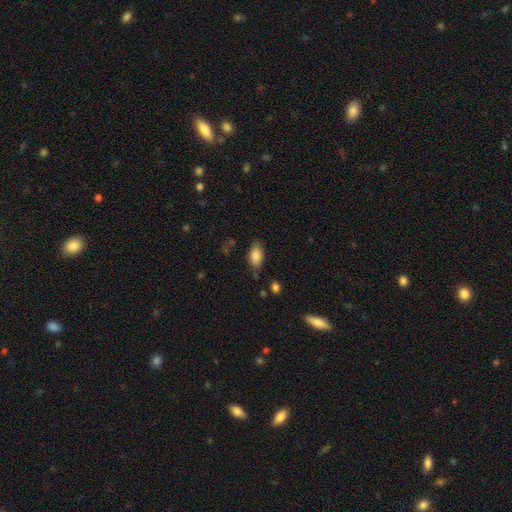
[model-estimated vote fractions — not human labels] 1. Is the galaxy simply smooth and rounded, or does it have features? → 85% smooth, 8% featured or disk, 7% star or artifact.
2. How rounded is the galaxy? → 91% in between, 5% cigar-shaped, 4% round.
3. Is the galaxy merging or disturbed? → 76% none, 17% minor disturbance, 4% major disturbance, 2% merger.